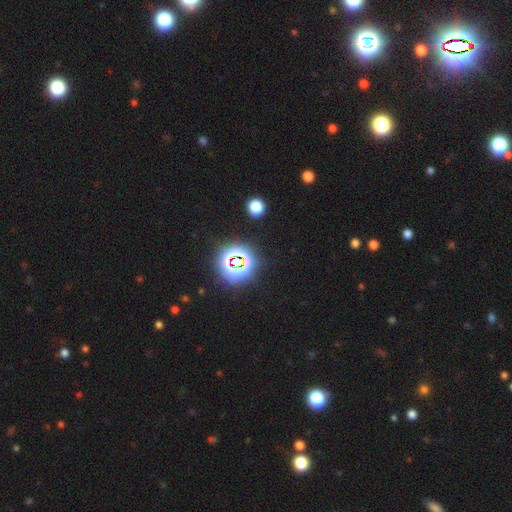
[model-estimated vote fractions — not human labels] smooth-or-featured: star or artifact: 78% | smooth: 15% | featured or disk: 7%